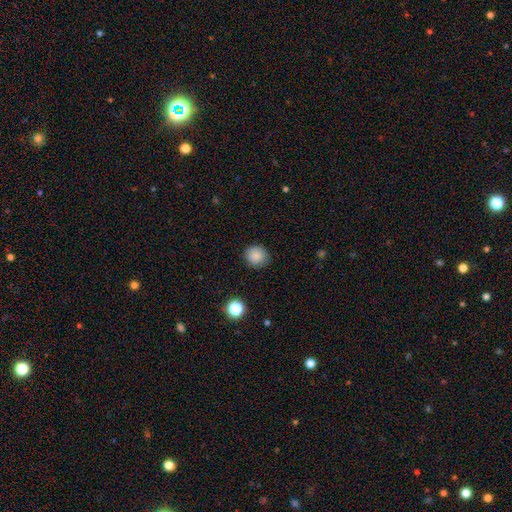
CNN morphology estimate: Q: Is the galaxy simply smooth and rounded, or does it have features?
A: smooth — 87%.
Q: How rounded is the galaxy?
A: round — 89%.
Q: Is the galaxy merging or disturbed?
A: none — 87%.